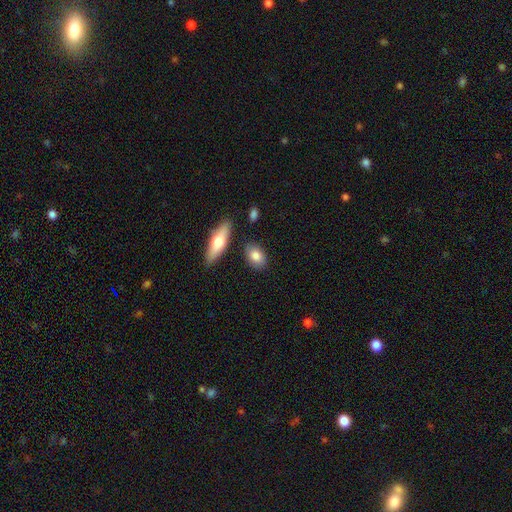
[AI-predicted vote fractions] Q: Smooth or featured?
A: smooth (82%); runner-up: featured or disk (12%)
Q: How rounded?
A: in between (81%); runner-up: round (15%)
Q: Merging?
A: none (83%); runner-up: minor disturbance (10%)